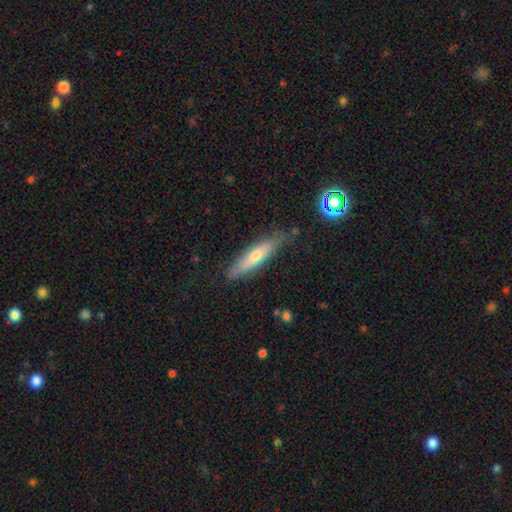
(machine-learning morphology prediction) Smooth or featured? Predicted: smooth (p=0.56). How rounded? Predicted: cigar-shaped (p=0.80). Merging? Predicted: none (p=0.77).